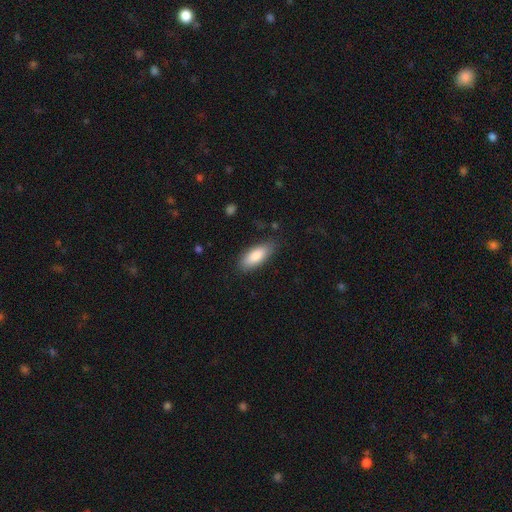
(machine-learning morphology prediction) Q: Smooth or featured?
A: smooth (84%); runner-up: featured or disk (10%)
Q: How rounded?
A: in between (76%); runner-up: cigar-shaped (22%)
Q: Merging?
A: none (82%); runner-up: minor disturbance (14%)